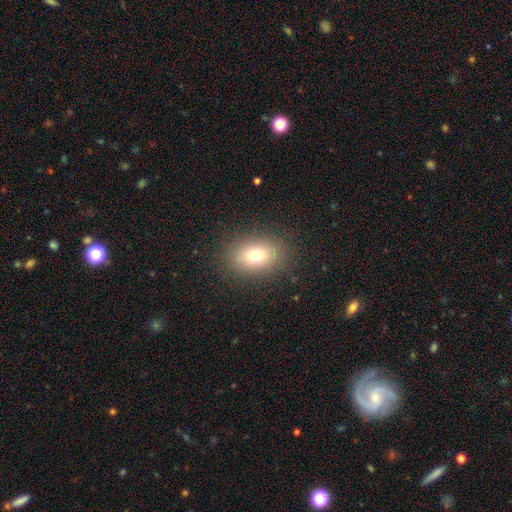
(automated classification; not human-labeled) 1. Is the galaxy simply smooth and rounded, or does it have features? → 74% smooth, 13% featured or disk, 13% star or artifact.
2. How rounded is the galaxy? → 71% in between, 28% round, 1% cigar-shaped.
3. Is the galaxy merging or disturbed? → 86% none, 9% minor disturbance, 4% major disturbance, 1% merger.